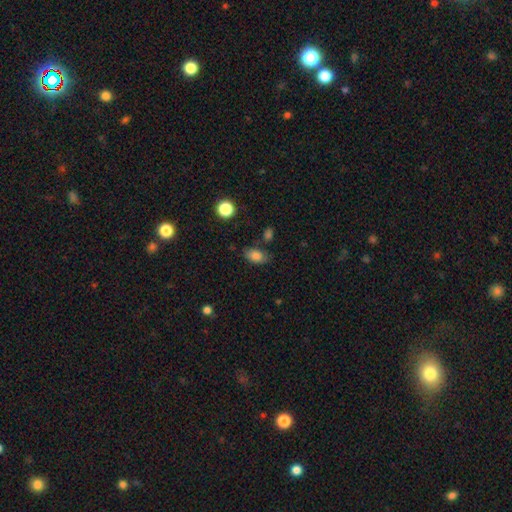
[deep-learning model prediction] smooth 83%, star or artifact 10%, featured or disk 7%. Down the decision tree: how rounded — in between (86%); merging — none (74%).